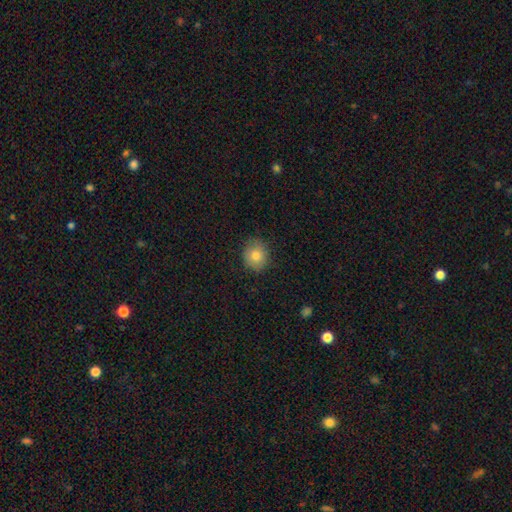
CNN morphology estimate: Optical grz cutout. It shows a smooth galaxy with no disk features (80%) that is round (75%). Merging: none (82%).